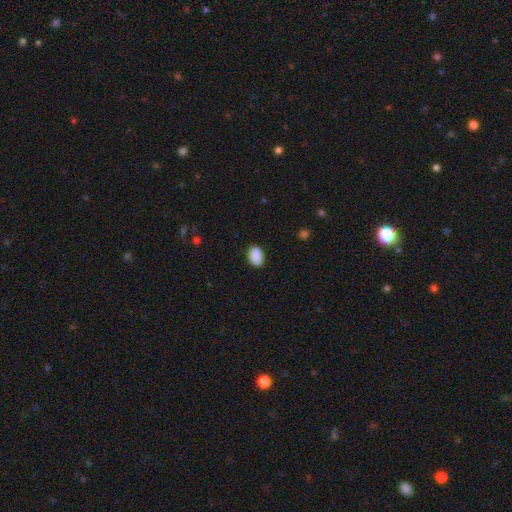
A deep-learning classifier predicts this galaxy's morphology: Smooth or featured? smooth (90%)
How rounded? in between (84%)
Merging? none (85%)